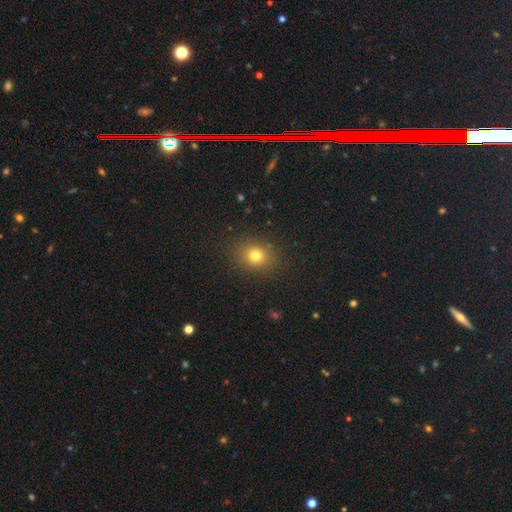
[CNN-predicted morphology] Smooth or featured? Predicted: smooth (p=0.76). How rounded? Predicted: round (p=0.64). Merging? Predicted: none (p=0.87).